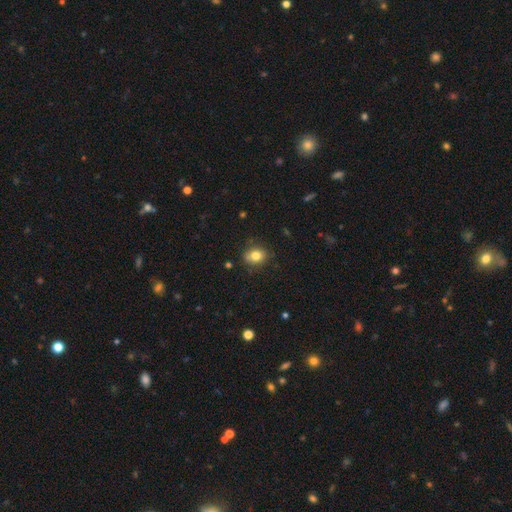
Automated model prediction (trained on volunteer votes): Q: Smooth or featured?
A: smooth (81%); runner-up: star or artifact (11%)
Q: How rounded?
A: round (60%); runner-up: in between (39%)
Q: Merging?
A: none (80%); runner-up: minor disturbance (15%)